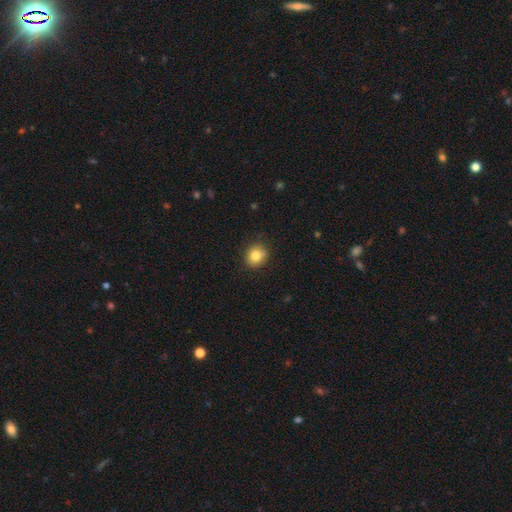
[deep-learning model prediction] A smooth galaxy with no disk features (81%) that is round (76%).

Vote fractions:
- Smooth or featured? smooth: 81% / star or artifact: 10% / featured or disk: 9%
- How rounded? round: 76% / in between: 23% / cigar-shaped: 1%
- Merging? none: 79% / minor disturbance: 14% / merger: 4% / major disturbance: 3%